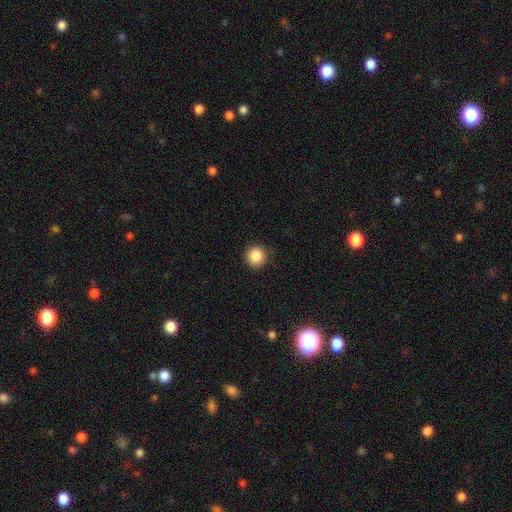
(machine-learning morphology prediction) The model was most divided on "smooth or featured": smooth: 87%, star or artifact: 9%, featured or disk: 3%. More confident: how rounded — round (95%); merging — none (90%).